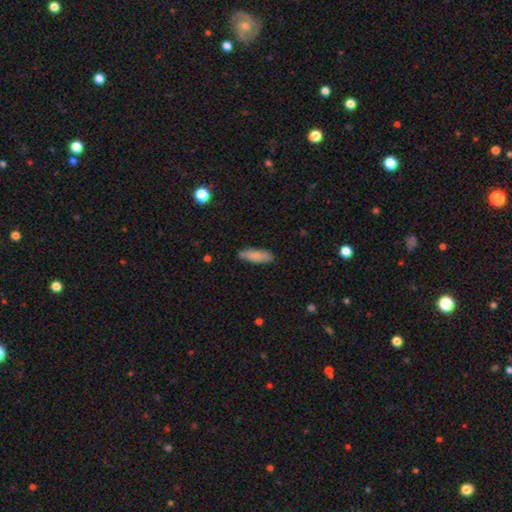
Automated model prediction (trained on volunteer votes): Smooth or featured? smooth (82%)
How rounded? in between (55%)
Merging? none (80%)